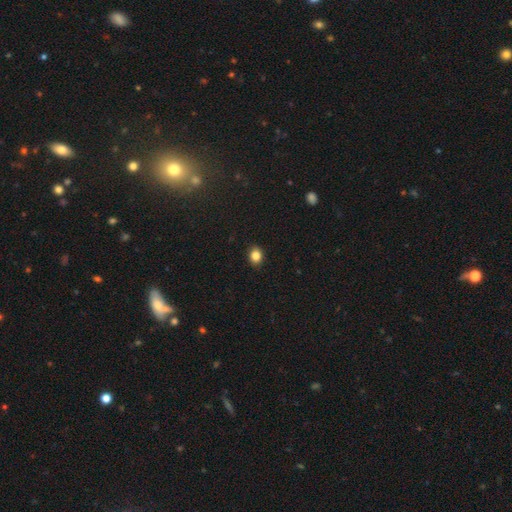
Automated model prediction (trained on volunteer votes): A smooth galaxy with no disk features (84%) that is round (52%).

Vote fractions:
- Smooth or featured? smooth: 84% / star or artifact: 11% / featured or disk: 5%
- How rounded? round: 52% / in between: 47% / cigar-shaped: 1%
- Merging? none: 89% / minor disturbance: 8% / major disturbance: 2% / merger: 1%